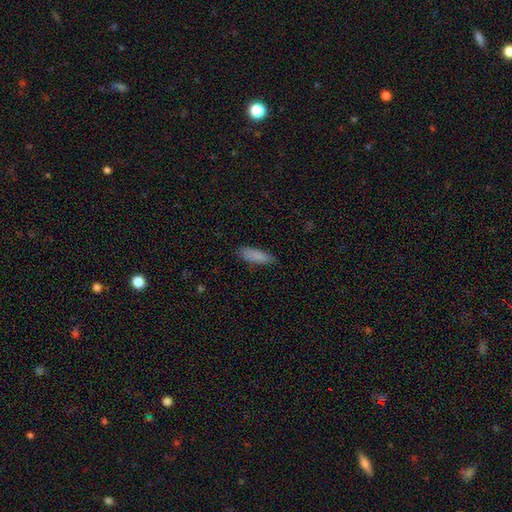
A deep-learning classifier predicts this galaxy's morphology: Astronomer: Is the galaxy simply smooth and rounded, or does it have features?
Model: smooth — 86%.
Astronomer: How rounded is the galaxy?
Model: in between — 54% (runner-up: cigar-shaped, 44%).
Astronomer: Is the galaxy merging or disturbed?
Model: none — 79%.